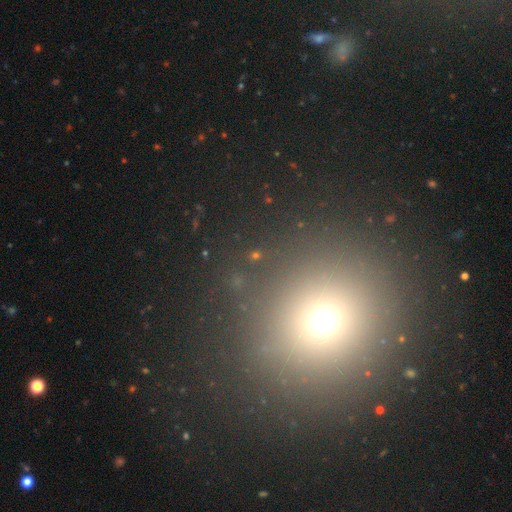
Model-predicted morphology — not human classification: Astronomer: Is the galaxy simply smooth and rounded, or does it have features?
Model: smooth — 58% (runner-up: star or artifact, 34%).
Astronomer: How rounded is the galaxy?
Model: round — 90%.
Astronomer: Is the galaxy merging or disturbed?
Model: none — 87%.